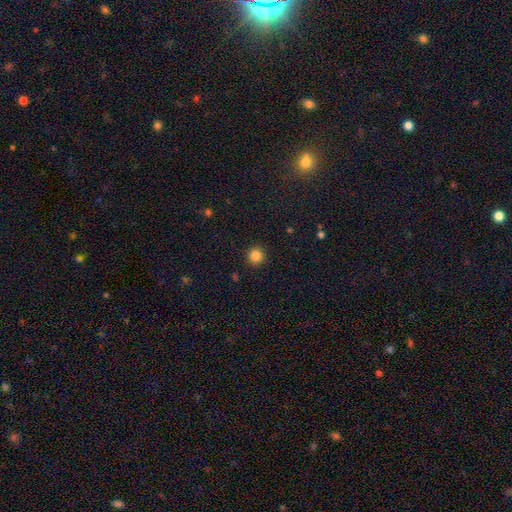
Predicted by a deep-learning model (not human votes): This appears to be a smooth galaxy with no disk features (84%) that is round (95%). Merging: none (92%).